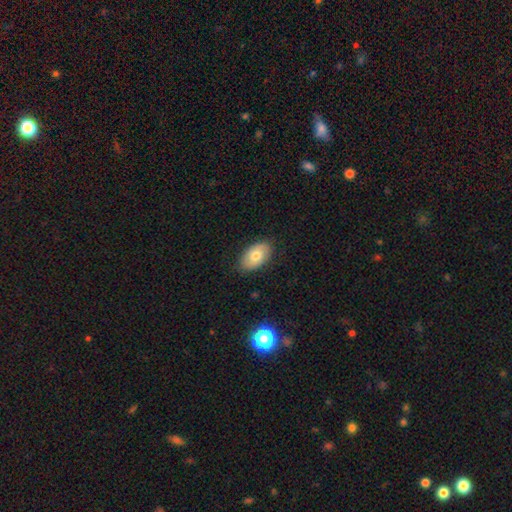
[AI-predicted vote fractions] Smooth or featured? smooth (70%)
How rounded? in between (92%)
Merging? none (84%)